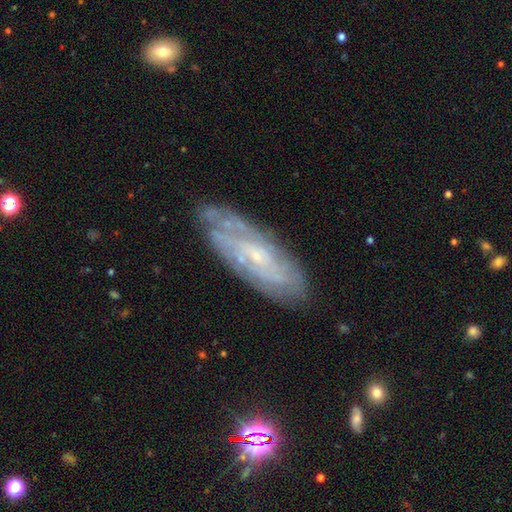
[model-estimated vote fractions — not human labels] The model was most divided on "spiral winding": tight: 65%, medium: 27%, loose: 8%. More confident: spiral arms — yes (85%); edge-on disk — no (84%); bulge size — small (78%); merging — none (77%); smooth or featured — featured or disk (73%); bar — no (67%); spiral arm count — can't tell (60%).